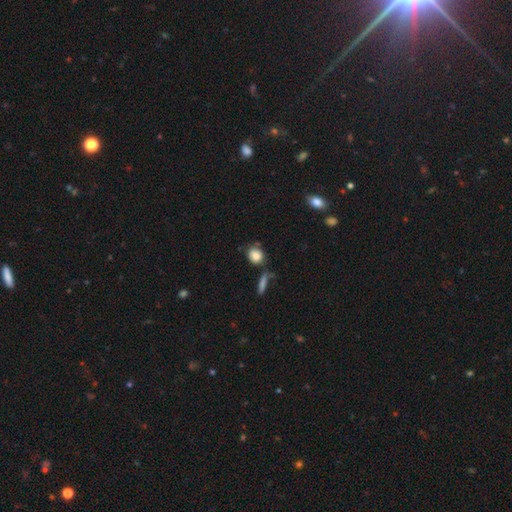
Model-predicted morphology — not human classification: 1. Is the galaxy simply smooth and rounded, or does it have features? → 82% smooth, 9% featured or disk, 9% star or artifact.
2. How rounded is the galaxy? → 62% round, 35% in between, 3% cigar-shaped.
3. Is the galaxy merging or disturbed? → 60% none, 20% minor disturbance, 12% merger, 8% major disturbance.